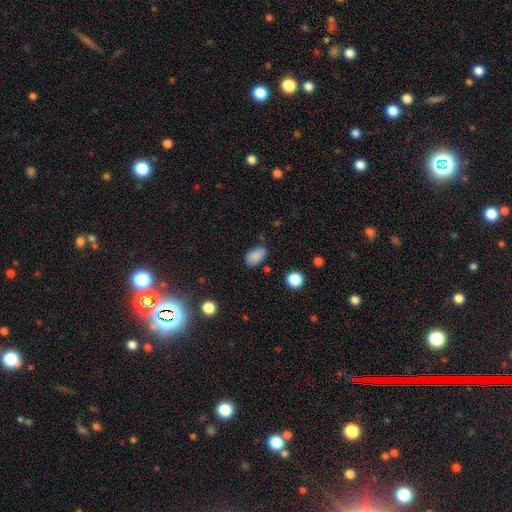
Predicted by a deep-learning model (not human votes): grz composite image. It shows a smooth galaxy with no disk features (86%) that is in between round and cigar-shaped (91%). Merging: none (76%).